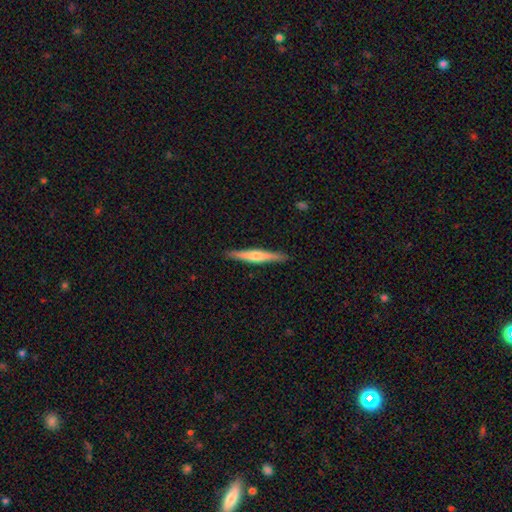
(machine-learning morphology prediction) Smooth or featured?
  - featured or disk: 57% *
  - smooth: 37%
  - star or artifact: 5%
Edge-on disk?
  - yes: 97% *
  - no: 3%
Edge-on bulge?
  - rounded: 80% *
  - none: 13%
  - boxy: 7%
Merging?
  - none: 91% *
  - minor disturbance: 7%
  - major disturbance: 1%
  - merger: 1%